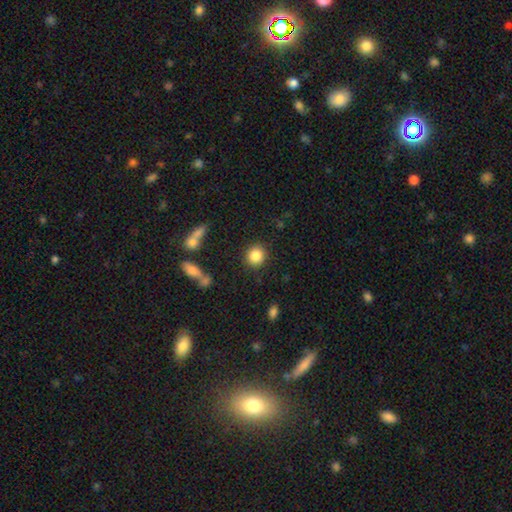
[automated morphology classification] Q: Smooth or featured?
A: smooth (85%); runner-up: star or artifact (9%)
Q: How rounded?
A: round (87%); runner-up: in between (12%)
Q: Merging?
A: none (88%); runner-up: minor disturbance (7%)